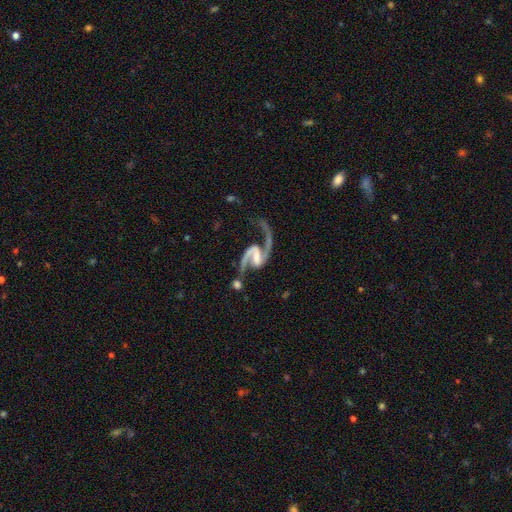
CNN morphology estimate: A featured or disk galaxy (93%) with a weak bar (43%), 2 (93%) loose (54%) spiral arms (98%) and no central bulge (38%). Merging: none (56%).